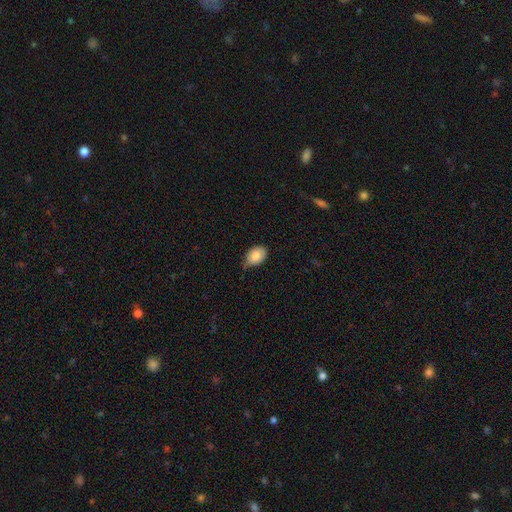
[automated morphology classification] A smooth galaxy with no disk features (80%) that is in between round and cigar-shaped (77%). Merging: none (55%).